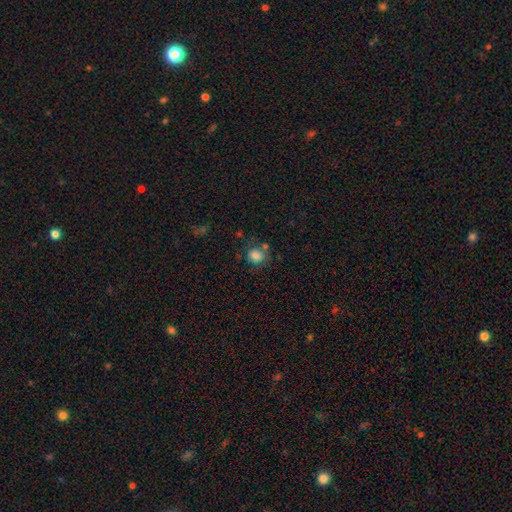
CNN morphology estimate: smooth_or_featured: smooth (p=0.81) [alt: star or artifact p=0.11]
how_rounded: round (p=0.70) [alt: in between p=0.29]
merging: none (p=0.68) [alt: minor disturbance p=0.17]